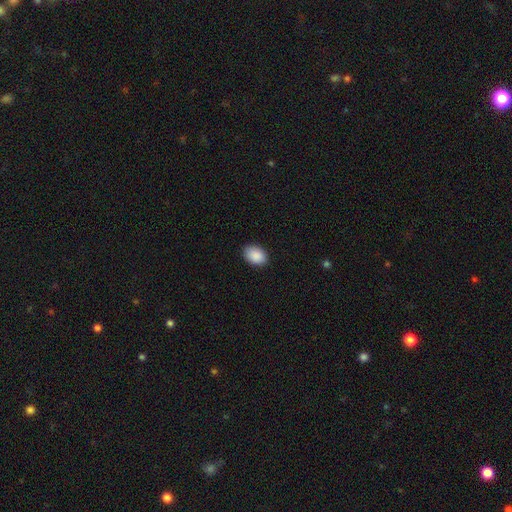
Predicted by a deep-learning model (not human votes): A smooth galaxy with no disk features (90%) that is in between round and cigar-shaped (84%). Merging: none (88%).